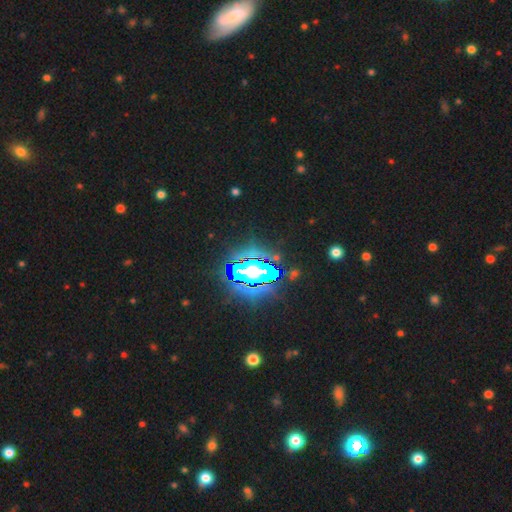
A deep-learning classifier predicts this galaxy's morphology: A star or artifact, not a galaxy (85%).

Vote fractions:
- Smooth or featured? star or artifact: 85% / smooth: 8% / featured or disk: 7%